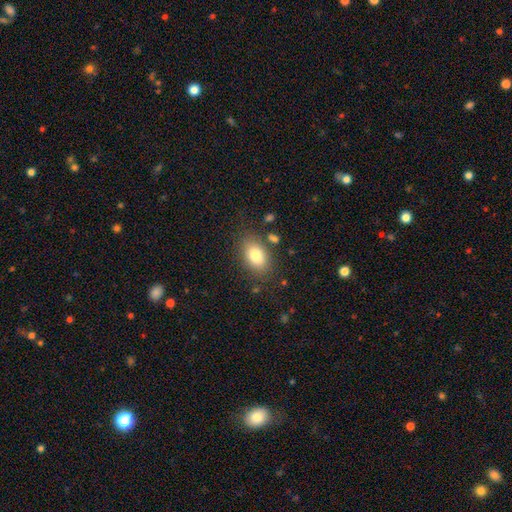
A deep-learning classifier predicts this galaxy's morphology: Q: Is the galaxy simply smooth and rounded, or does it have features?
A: smooth — 81%.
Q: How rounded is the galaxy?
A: in between — 85%.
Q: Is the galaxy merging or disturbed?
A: none — 78%.